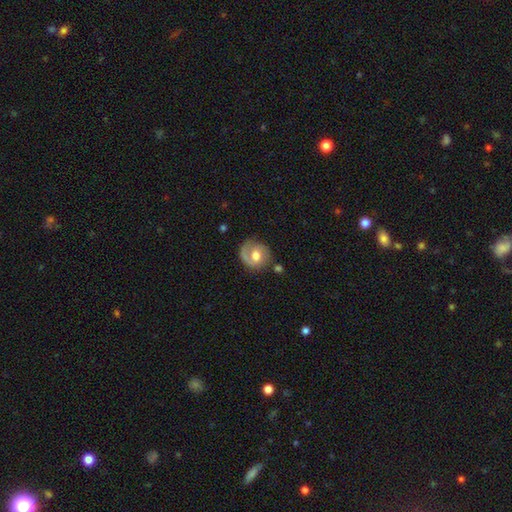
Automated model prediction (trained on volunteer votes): This is likely a featured or disk galaxy (64%). It is clearly not viewed edge-on (97%). Bar: possibly no (52%). Spiral arm pattern: clearly yes (85%). Spiral arm count: possibly 1 (47%). Spiral winding: marginally tight (41%). Central bulge: likely moderate (71%). Merging: likely none (67%).